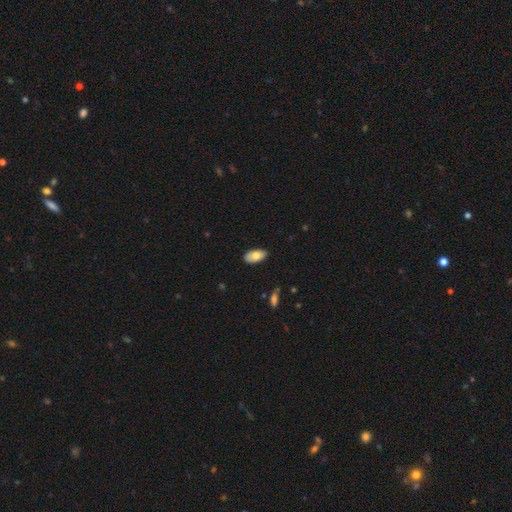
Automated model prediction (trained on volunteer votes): This is likely a smooth galaxy (74%). How rounded: clearly in between (94%). Merging: clearly none (83%).